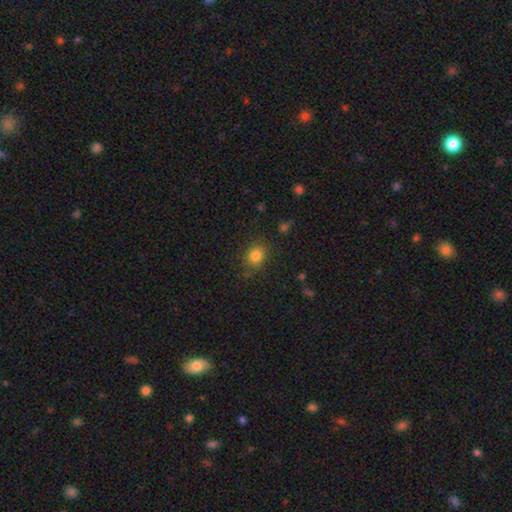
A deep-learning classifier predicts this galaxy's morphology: Smooth or featured: smooth — 83% (star or artifact — 11%)
How rounded: round — 63% (in between — 36%)
Merging: none — 81% (minor disturbance — 13%)